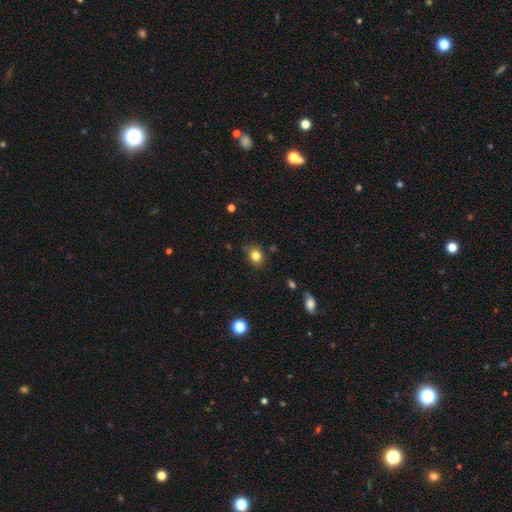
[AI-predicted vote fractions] smooth 82%, star or artifact 11%, featured or disk 7%. Down the decision tree: how rounded — round (56%); merging — none (72%).